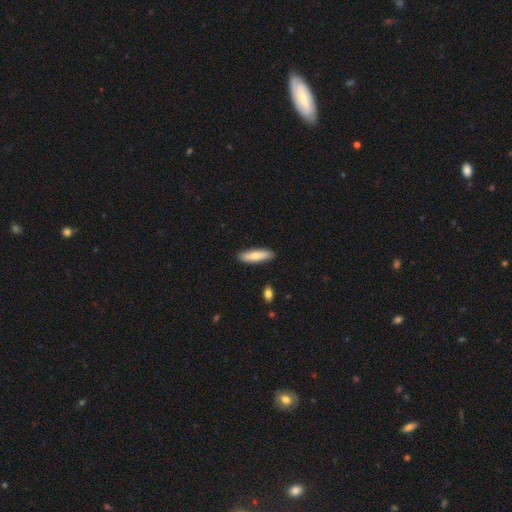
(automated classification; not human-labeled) The model was most divided on "how rounded": cigar-shaped: 69%, in between: 29%, round: 2%. More confident: merging — none (89%); smooth or featured — smooth (72%).